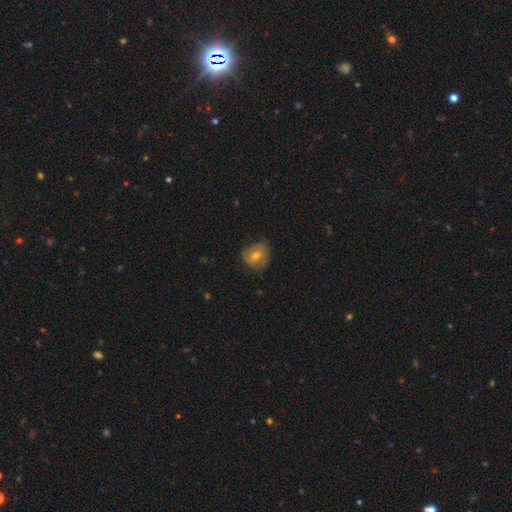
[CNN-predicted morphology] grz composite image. It shows a smooth galaxy with no disk features (58%) that is round (69%). Merging: none (61%).